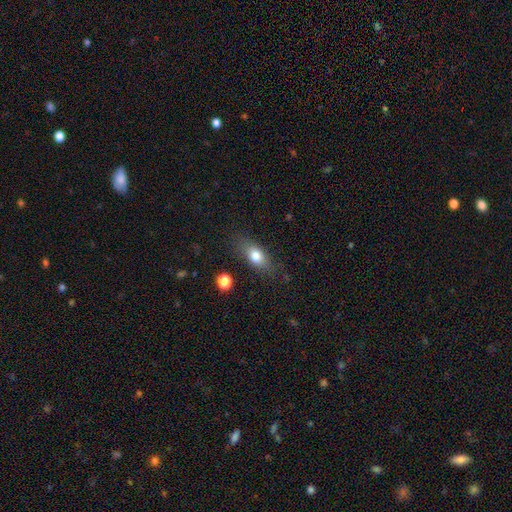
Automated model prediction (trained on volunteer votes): This appears to be a smooth galaxy with no disk features (77%) that is in between round and cigar-shaped (76%). Merging: none (78%).